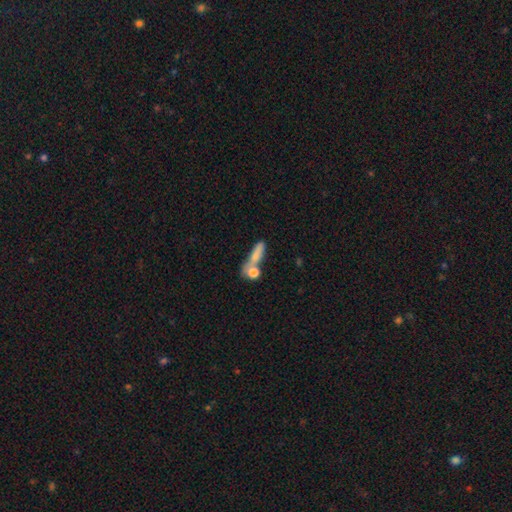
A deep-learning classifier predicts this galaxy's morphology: Smooth or featured? Predicted: smooth (p=0.72). How rounded? Predicted: cigar-shaped (p=0.51). Merging? Predicted: none (p=0.42).